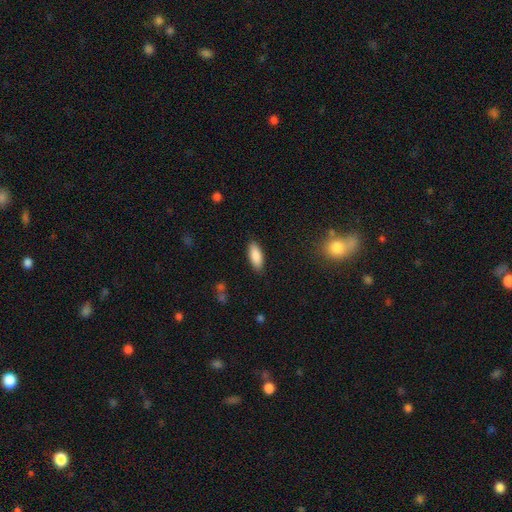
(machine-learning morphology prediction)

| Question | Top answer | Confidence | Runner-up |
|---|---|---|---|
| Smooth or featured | smooth | 88% | star or artifact (7%) |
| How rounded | in between | 80% | cigar-shaped (19%) |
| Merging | none | 86% | minor disturbance (10%) |